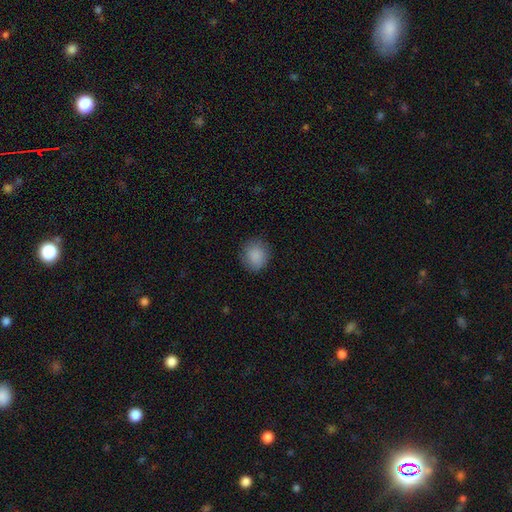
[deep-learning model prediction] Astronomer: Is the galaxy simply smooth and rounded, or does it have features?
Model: smooth — 88%.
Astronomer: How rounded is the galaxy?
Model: round — 86%.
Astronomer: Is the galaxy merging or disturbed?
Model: none — 85%.